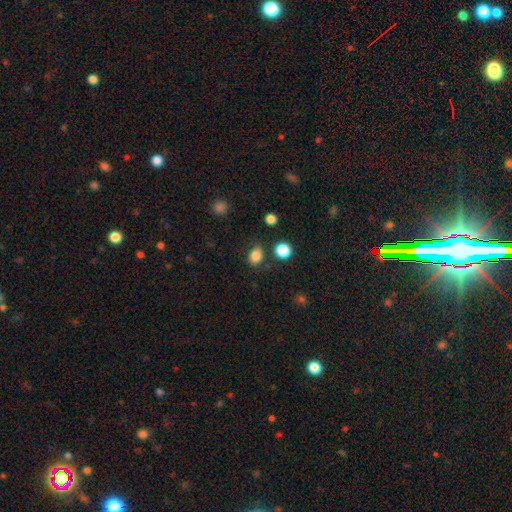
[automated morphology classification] Smooth or featured? smooth (83%)
How rounded? in between (62%)
Merging? none (74%)